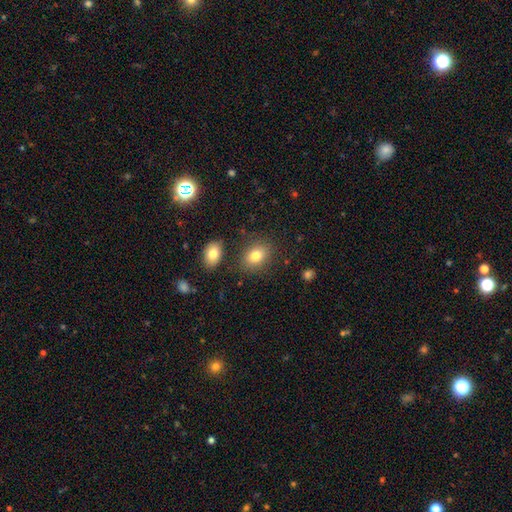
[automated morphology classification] Smooth or featured: smooth — 80% (featured or disk — 10%)
How rounded: in between — 72% (round — 26%)
Merging: none — 81% (minor disturbance — 11%)